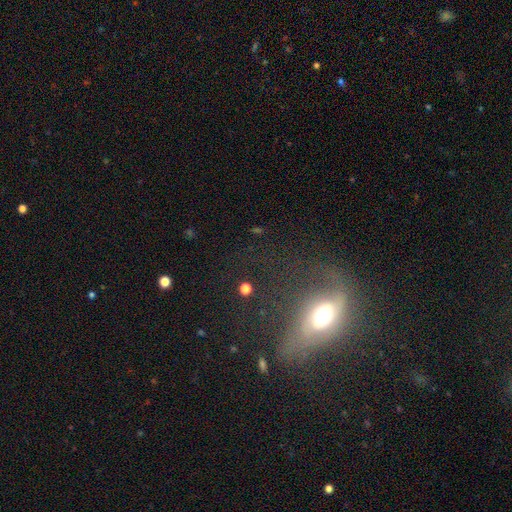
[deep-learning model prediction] A featured or disk galaxy (49%).

Vote fractions:
- Smooth or featured? featured or disk: 49% / smooth: 31% / star or artifact: 20%
- Merging? none: 41% / major disturbance: 34% / minor disturbance: 20% / merger: 5%